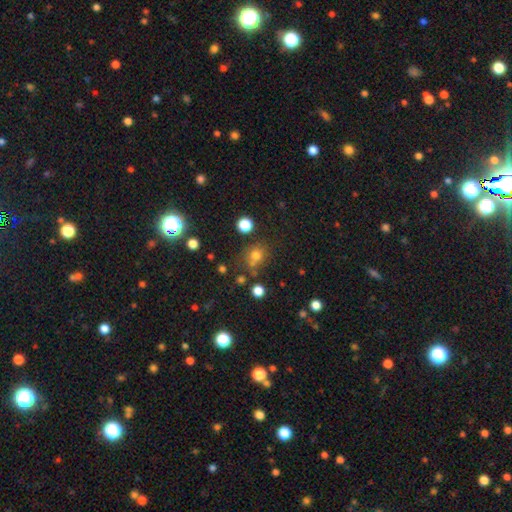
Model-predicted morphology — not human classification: type=smooth (69%); roundness=round (75%); merging=none (64%).